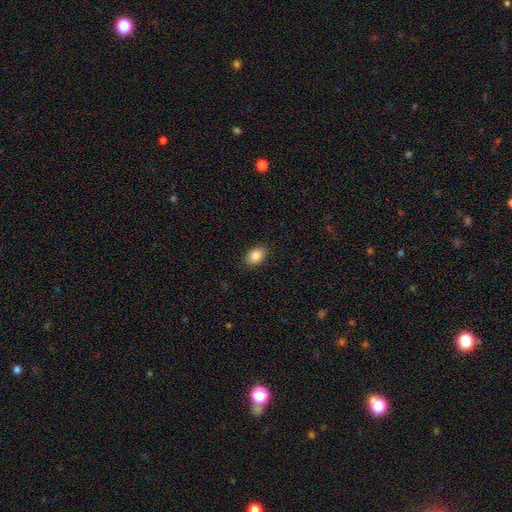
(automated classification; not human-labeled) Overall: smooth (86%). How rounded: in between (80%). Merging: none (89%).